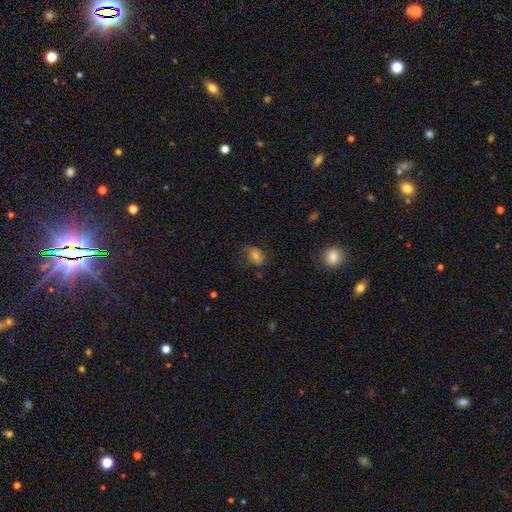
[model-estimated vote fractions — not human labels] Smooth or featured?
  - smooth: 61% *
  - featured or disk: 25%
  - star or artifact: 14%
How rounded?
  - in between: 59% *
  - round: 40%
  - cigar-shaped: 1%
Merging?
  - none: 59% *
  - minor disturbance: 25%
  - major disturbance: 14%
  - merger: 2%